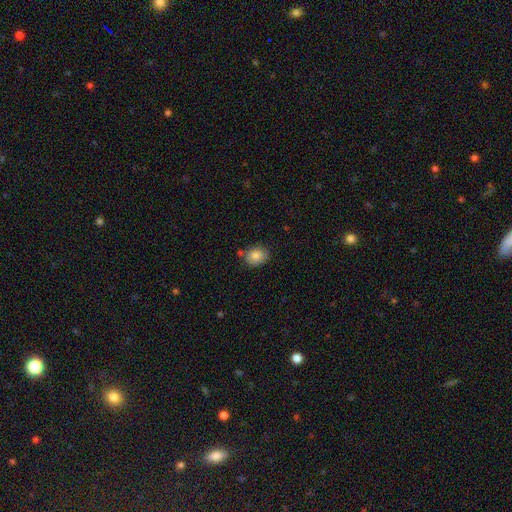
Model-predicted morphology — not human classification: Smooth or featured? Predicted: smooth (p=0.84). How rounded? Predicted: in between (p=0.52). Merging? Predicted: none (p=0.76).